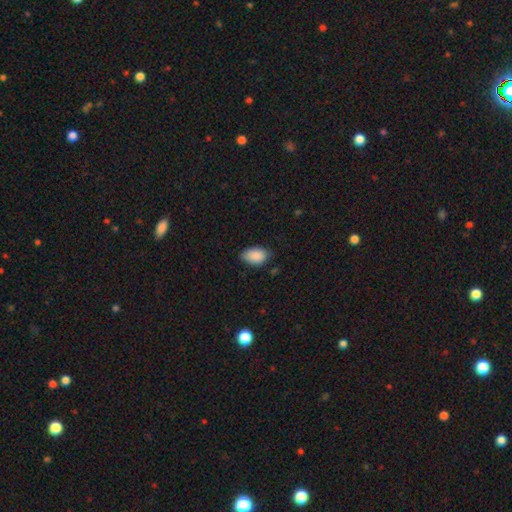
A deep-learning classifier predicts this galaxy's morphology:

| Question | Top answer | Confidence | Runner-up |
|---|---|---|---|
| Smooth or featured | smooth | 89% | star or artifact (7%) |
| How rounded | in between | 91% | round (8%) |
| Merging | none | 73% | minor disturbance (22%) |